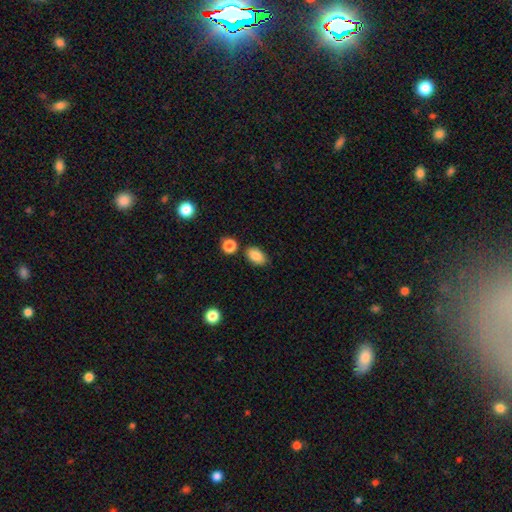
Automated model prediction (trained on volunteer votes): Morphology: type=smooth (87%); roundness=in between (89%); merging=none (79%).